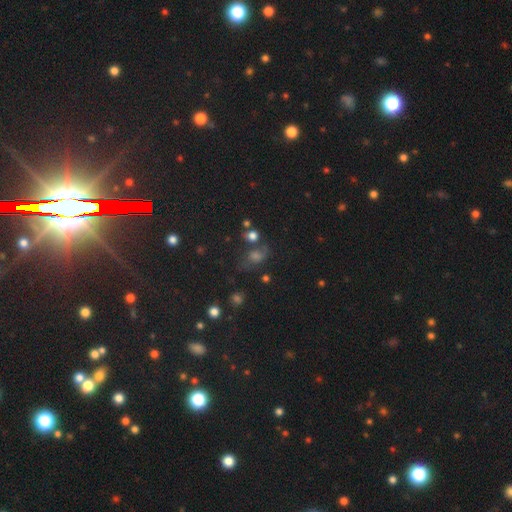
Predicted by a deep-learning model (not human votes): A smooth galaxy with no disk features (43%). Merging: none (53%).